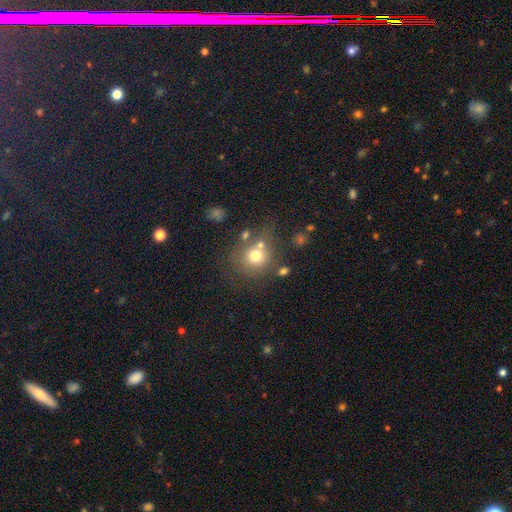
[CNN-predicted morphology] Smooth or featured?
  - smooth: 71% *
  - featured or disk: 15%
  - star or artifact: 14%
How rounded?
  - round: 84% *
  - in between: 15%
  - cigar-shaped: 1%
Merging?
  - none: 56% *
  - merger: 21%
  - minor disturbance: 14%
  - major disturbance: 9%